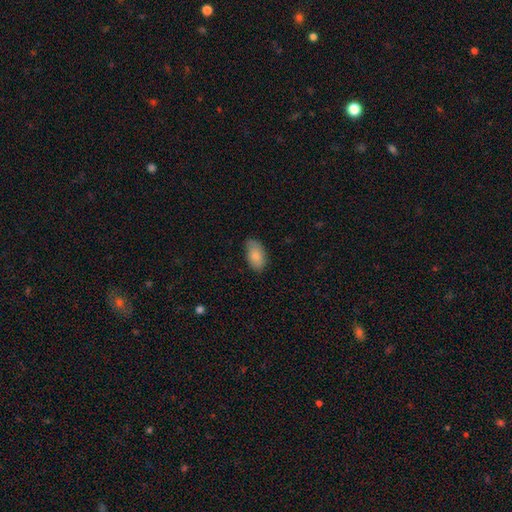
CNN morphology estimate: Smooth or featured? Predicted: smooth (p=0.83). How rounded? Predicted: in between (p=0.94). Merging? Predicted: none (p=0.71).